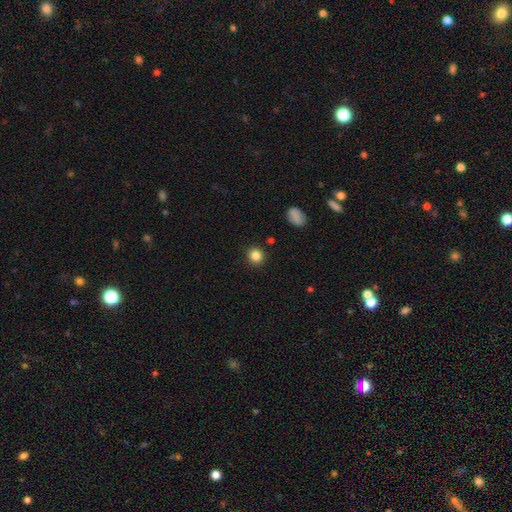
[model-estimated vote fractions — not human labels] smooth 85%, star or artifact 11%, featured or disk 4%. Down the decision tree: how rounded — round (89%); merging — none (90%).